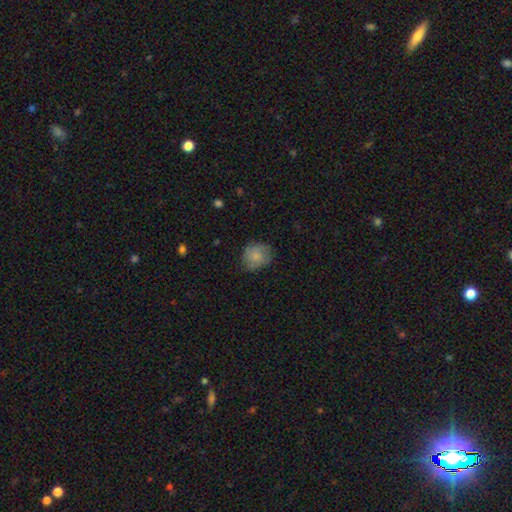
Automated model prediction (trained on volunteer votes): smooth-or-featured: smooth: 81% | featured or disk: 12% | star or artifact: 7%
  how-rounded: round: 83% | in between: 16% | cigar-shaped: 1%
  merging: none: 72% | minor disturbance: 21% | major disturbance: 5% | merger: 1%